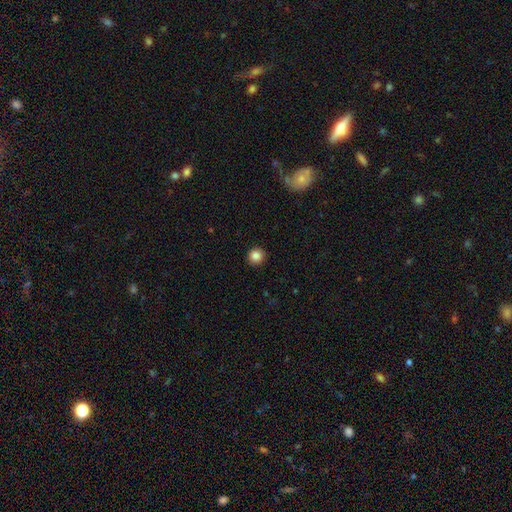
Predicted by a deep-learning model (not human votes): Q: Smooth or featured?
A: smooth (86%); runner-up: star or artifact (10%)
Q: How rounded?
A: round (94%); runner-up: in between (5%)
Q: Merging?
A: none (93%); runner-up: minor disturbance (5%)